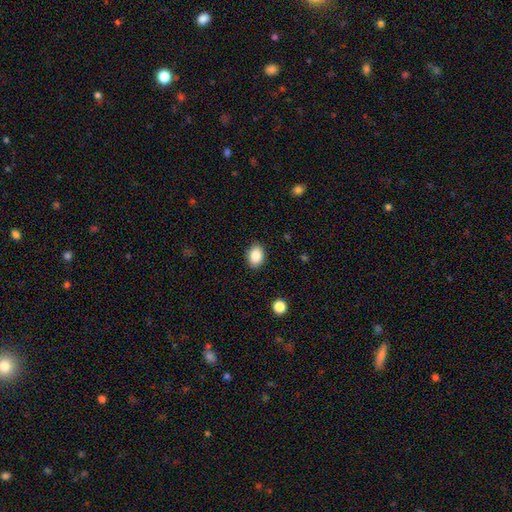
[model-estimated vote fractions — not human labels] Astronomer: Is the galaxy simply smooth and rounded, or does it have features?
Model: smooth — 87%.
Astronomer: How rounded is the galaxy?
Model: in between — 74%.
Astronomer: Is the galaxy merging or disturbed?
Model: none — 88%.